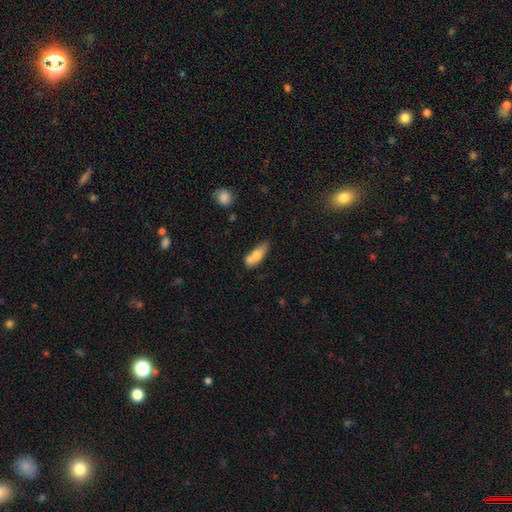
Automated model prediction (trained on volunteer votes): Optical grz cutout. It shows a smooth galaxy with no disk features (68%) that is in between round and cigar-shaped (69%). Merging: merger (39%).